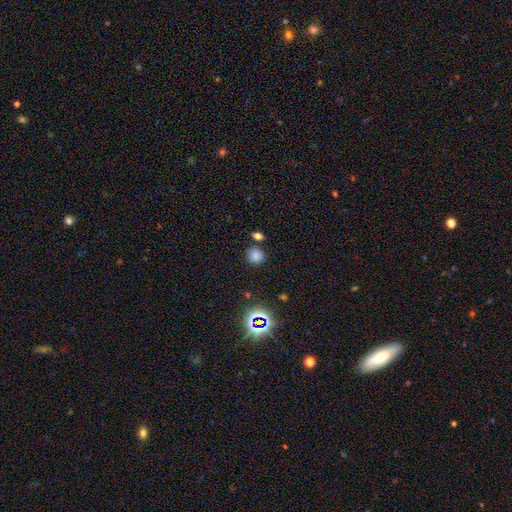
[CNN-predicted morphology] A smooth galaxy with no disk features (76%) that is round (90%). Merging: none (80%).